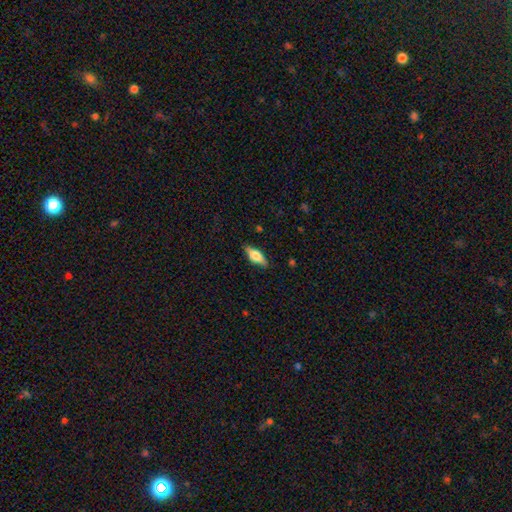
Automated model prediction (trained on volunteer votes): smooth 54%, featured or disk 39%, star or artifact 7%. Down the decision tree: how rounded — in between (69%); merging — none (85%).